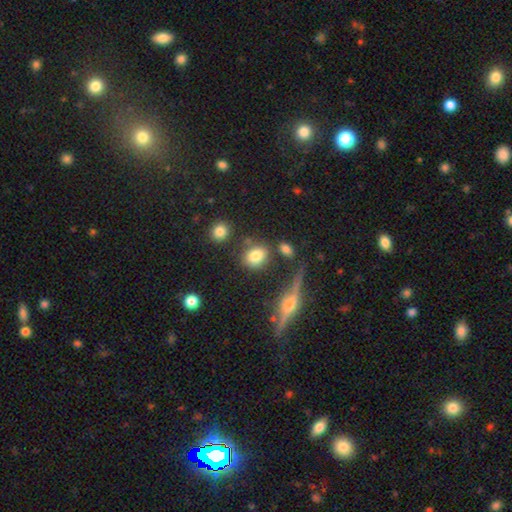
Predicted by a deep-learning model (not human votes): smooth_or_featured: smooth (p=0.79) [alt: star or artifact p=0.11]
how_rounded: in between (p=0.51) [alt: round p=0.47]
merging: none (p=0.73) [alt: minor disturbance p=0.13]